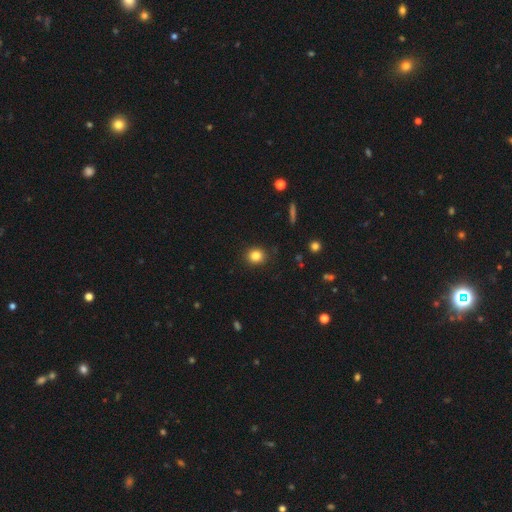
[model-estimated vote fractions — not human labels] Morphology: type=smooth (84%); roundness=round (82%); merging=none (89%).